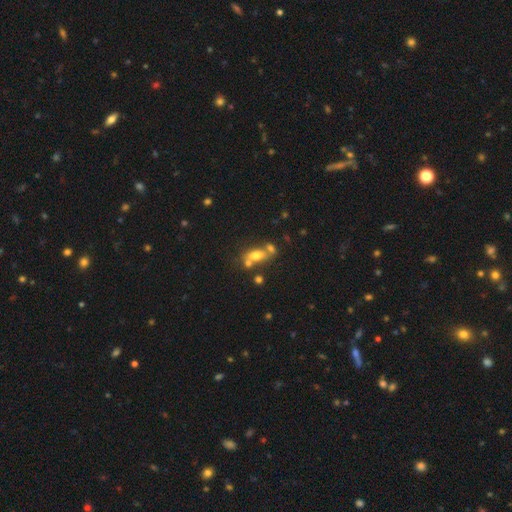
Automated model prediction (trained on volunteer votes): This appears to be a smooth galaxy with no disk features (66%) that is in between round and cigar-shaped (76%). Merging: none (44%).